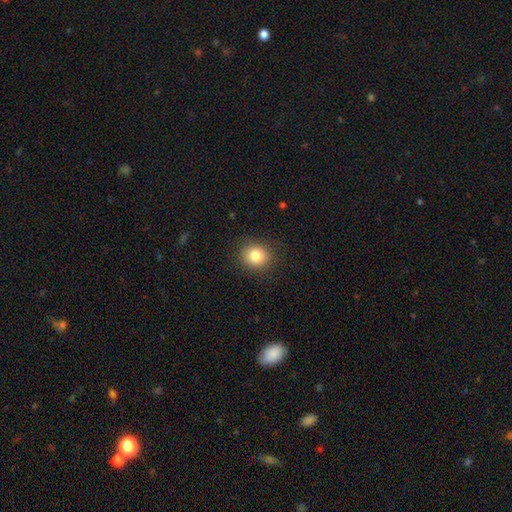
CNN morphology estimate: Smooth or featured? smooth (83%)
How rounded? round (73%)
Merging? none (88%)